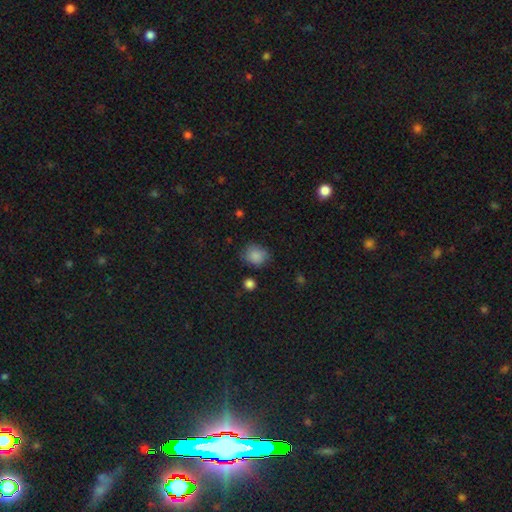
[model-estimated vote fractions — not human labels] Smooth or featured? smooth (86%)
How rounded? round (71%)
Merging? none (74%)